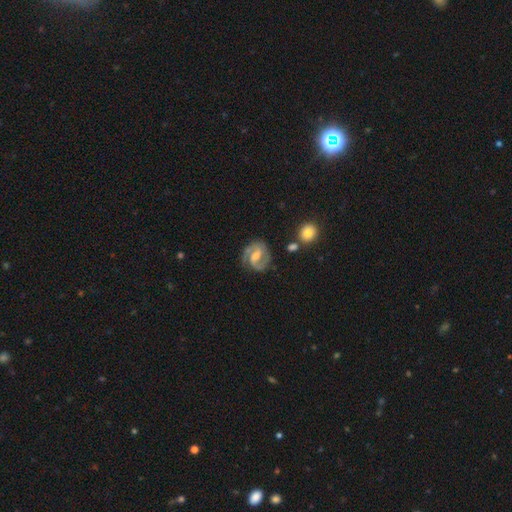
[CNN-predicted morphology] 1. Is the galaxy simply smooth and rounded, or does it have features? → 84% featured or disk, 11% smooth, 5% star or artifact.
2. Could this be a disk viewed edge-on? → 98% no, 2% yes.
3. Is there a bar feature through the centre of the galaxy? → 51% weak, 32% strong, 17% no.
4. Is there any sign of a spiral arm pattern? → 95% yes, 5% no.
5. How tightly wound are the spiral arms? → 53% medium, 33% tight, 14% loose.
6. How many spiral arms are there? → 86% 2, 5% can't tell, 5% 1, 2% 3, 1% 4, 1% more than 4.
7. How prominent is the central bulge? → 49% moderate, 32% small, 9% none, 8% large, 1% dominant.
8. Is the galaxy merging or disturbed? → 72% none, 17% minor disturbance, 7% major disturbance, 4% merger.